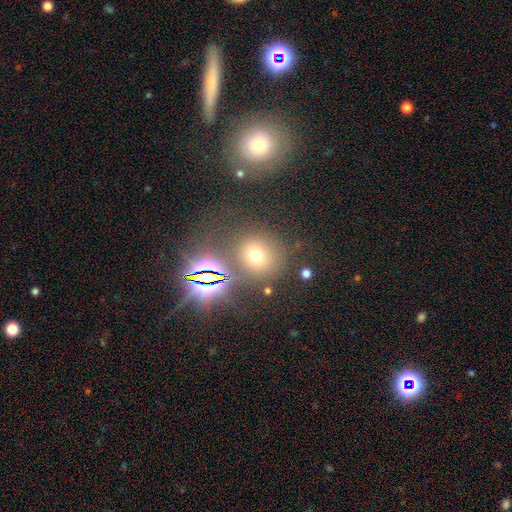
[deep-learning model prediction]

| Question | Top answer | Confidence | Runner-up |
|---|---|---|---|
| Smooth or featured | smooth | 61% | star or artifact (28%) |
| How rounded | round | 86% | in between (13%) |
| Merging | none | 76% | minor disturbance (10%) |